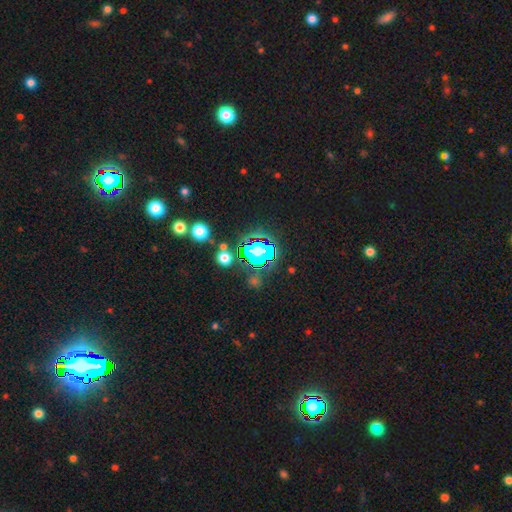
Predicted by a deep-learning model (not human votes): Smooth or featured?
  - star or artifact: 82% *
  - smooth: 11%
  - featured or disk: 7%